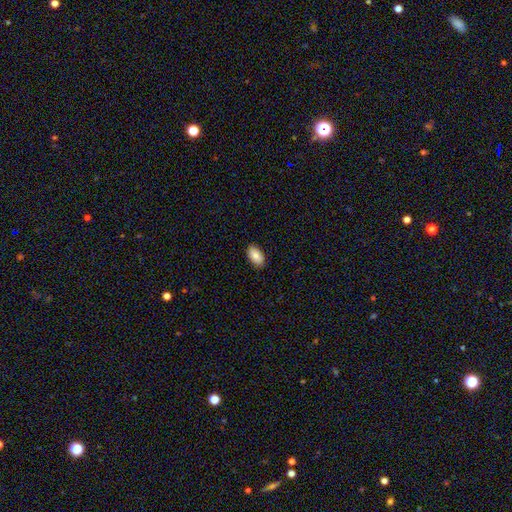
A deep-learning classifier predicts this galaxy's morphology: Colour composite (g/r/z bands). It shows a smooth galaxy with no disk features (86%) that is in between round and cigar-shaped (94%). Merging: none (89%).